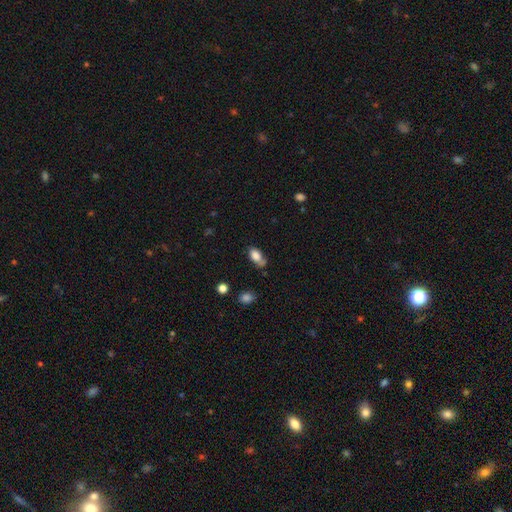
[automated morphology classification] This is clearly a smooth galaxy (81%). How rounded: clearly in between (88%). Merging: possibly none (47%).